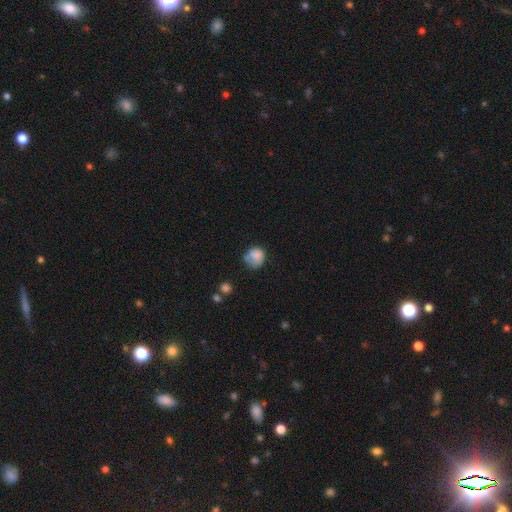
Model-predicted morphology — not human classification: Smooth or featured: smooth — 77% (featured or disk — 13%)
How rounded: round — 75% (in between — 24%)
Merging: none — 46% (minor disturbance — 31%)